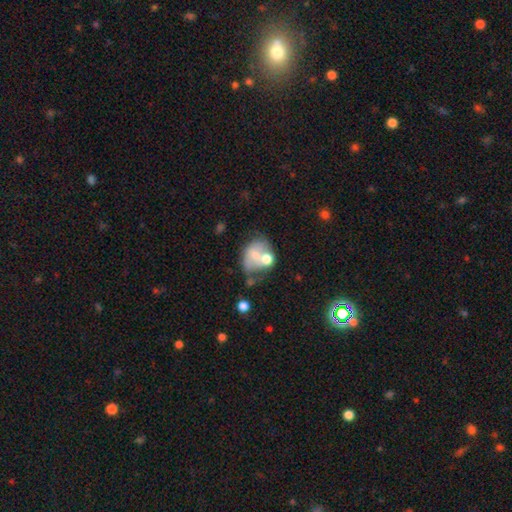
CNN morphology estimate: Q: Smooth or featured?
A: smooth (50%); runner-up: featured or disk (41%)
Q: How rounded?
A: in between (57%); runner-up: round (42%)
Q: Merging?
A: merger (37%); runner-up: none (27%)